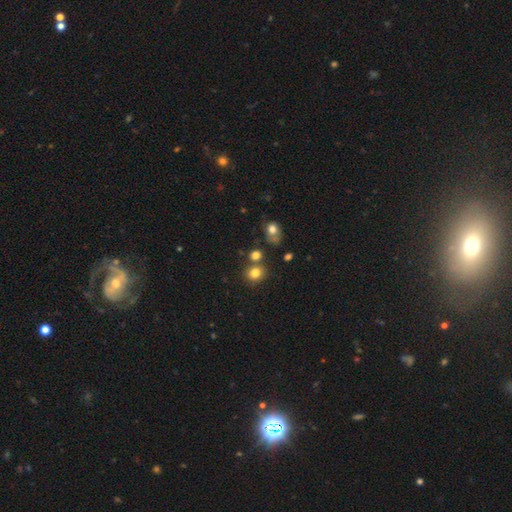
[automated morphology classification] smooth-or-featured: smooth: 78% | star or artifact: 14% | featured or disk: 8%
  how-rounded: round: 74% | in between: 25% | cigar-shaped: 1%
  merging: none: 64% | merger: 17% | minor disturbance: 13% | major disturbance: 6%